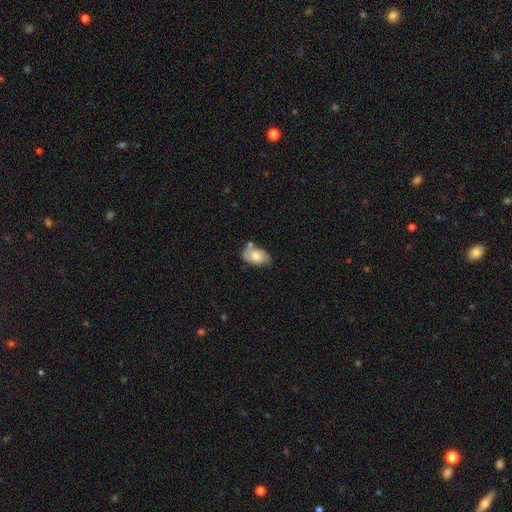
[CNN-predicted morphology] smooth_or_featured: smooth (p=0.54) [alt: featured or disk p=0.39]
how_rounded: in between (p=0.88) [alt: round p=0.10]
merging: none (p=0.48) [alt: minor disturbance p=0.29]